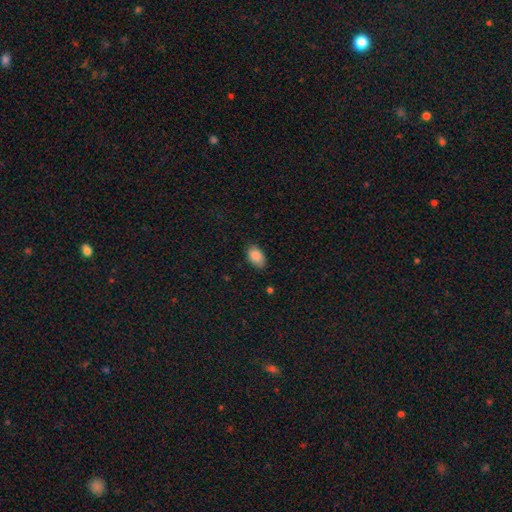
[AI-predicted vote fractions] Smooth or featured? Predicted: smooth (p=0.88). How rounded? Predicted: in between (p=0.91). Merging? Predicted: none (p=0.80).